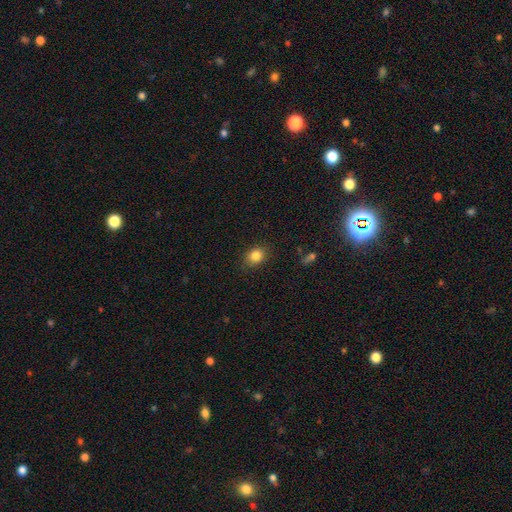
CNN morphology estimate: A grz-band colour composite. It shows a smooth galaxy with no disk features (84%) that is in between round and cigar-shaped (51%). Merging: none (84%).